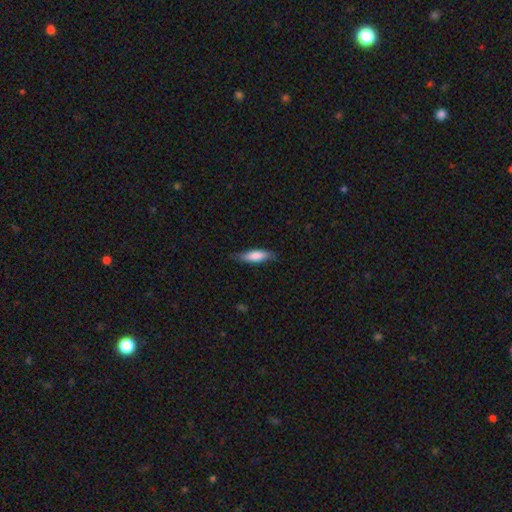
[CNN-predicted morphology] A smooth galaxy with no disk features (79%) that is in between round and cigar-shaped (51%). Merging: none (73%).